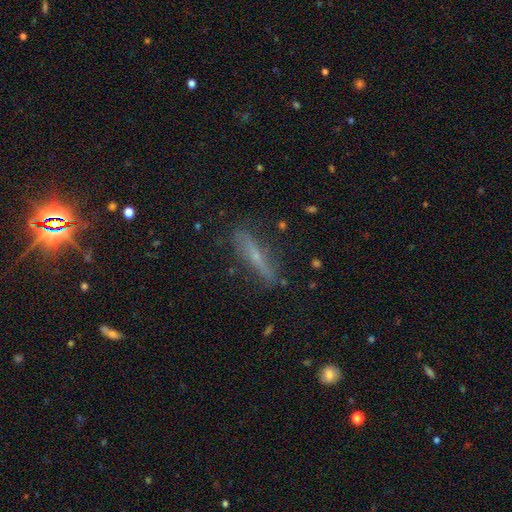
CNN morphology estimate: This appears to be a featured or disk galaxy (57%) viewed edge-on (83%). Merging: none (79%).